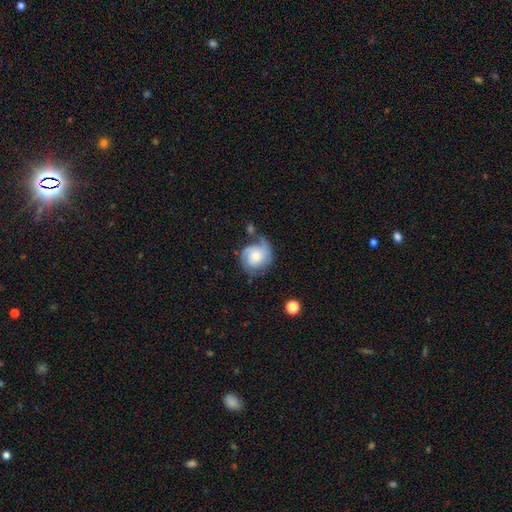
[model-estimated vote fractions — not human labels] featured or disk 73%, smooth 20%, star or artifact 6%. Down the decision tree: edge-on disk — no (98%); bar — no (73%); spiral arms — yes (93%); spiral arm count — 2 (50%); spiral winding — tight (52%); bulge size — moderate (46%); merging — none (52%).